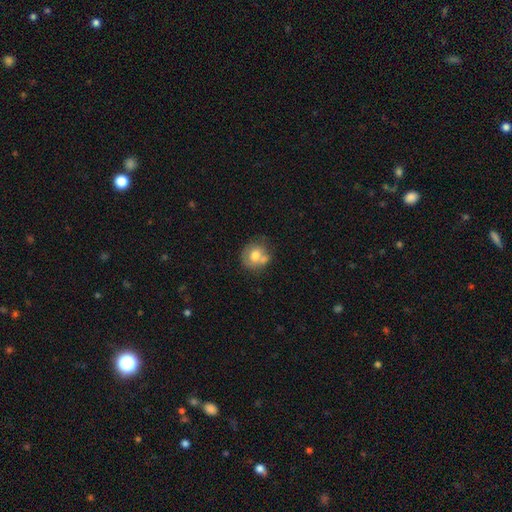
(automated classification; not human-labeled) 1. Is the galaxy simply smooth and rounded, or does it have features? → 67% smooth, 25% featured or disk, 8% star or artifact.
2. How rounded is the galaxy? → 76% round, 23% in between, 1% cigar-shaped.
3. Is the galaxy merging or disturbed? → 46% none, 29% merger, 19% minor disturbance, 7% major disturbance.